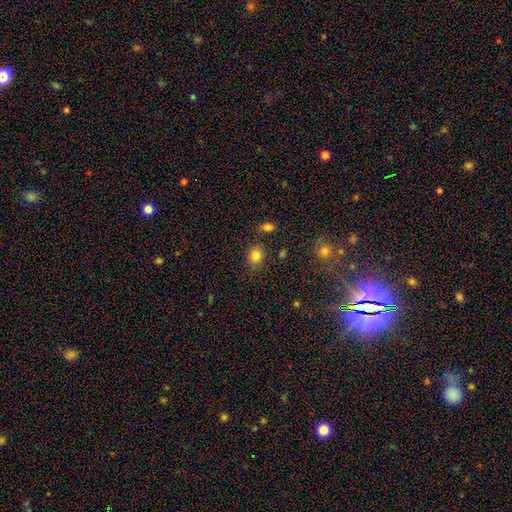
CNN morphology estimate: smooth 84%, star or artifact 11%, featured or disk 5%. Down the decision tree: how rounded — round (73%); merging — none (80%).